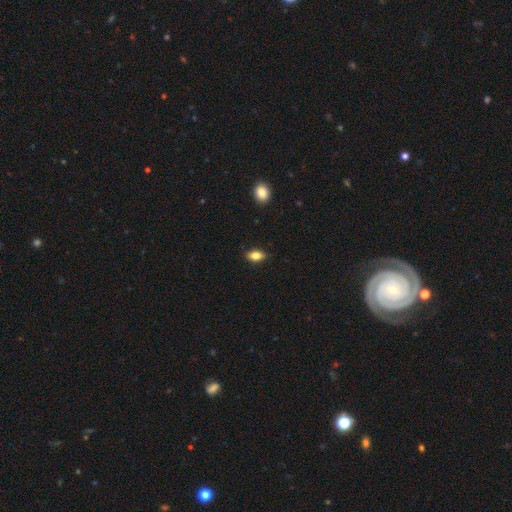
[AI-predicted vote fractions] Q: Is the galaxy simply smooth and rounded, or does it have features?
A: smooth — 78%.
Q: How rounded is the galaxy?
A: in between — 87%.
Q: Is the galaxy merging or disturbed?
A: none — 86%.